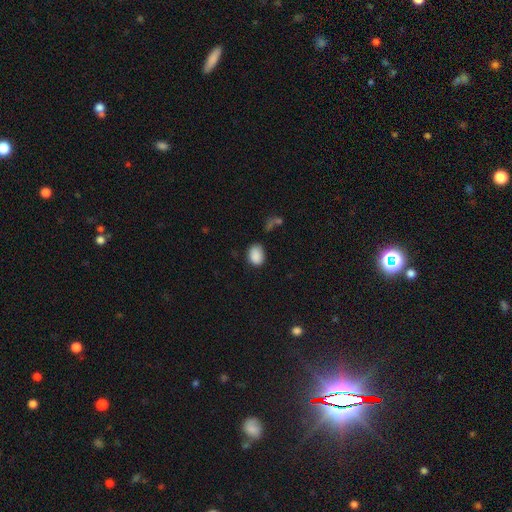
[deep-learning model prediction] Morphology: type=smooth (87%); roundness=in between (73%); merging=none (71%).